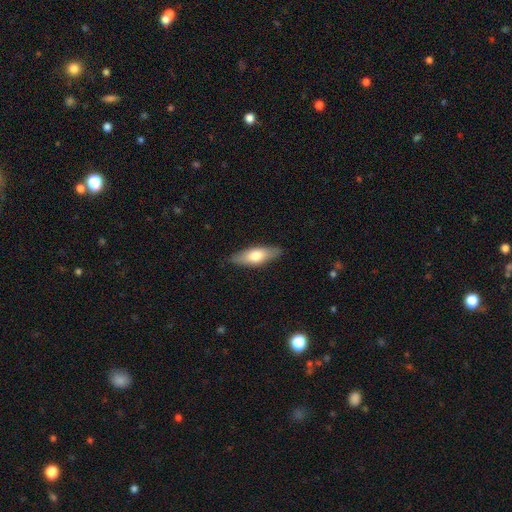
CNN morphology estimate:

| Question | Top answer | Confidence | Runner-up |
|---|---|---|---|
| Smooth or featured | smooth | 67% | featured or disk (28%) |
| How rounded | in between | 64% | cigar-shaped (34%) |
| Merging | none | 85% | minor disturbance (12%) |